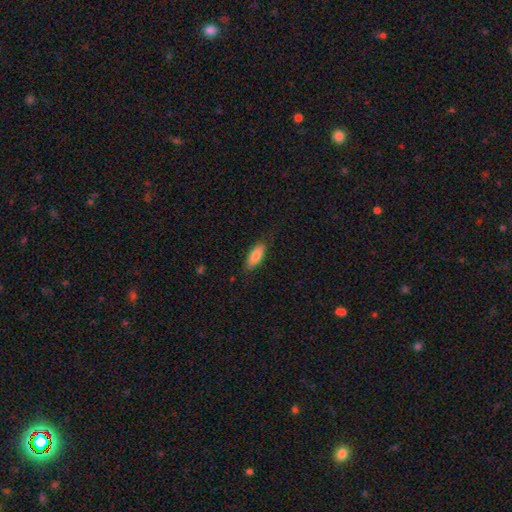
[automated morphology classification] Smooth or featured? Predicted: smooth (p=0.82). How rounded? Predicted: in between (p=0.73). Merging? Predicted: none (p=0.84).